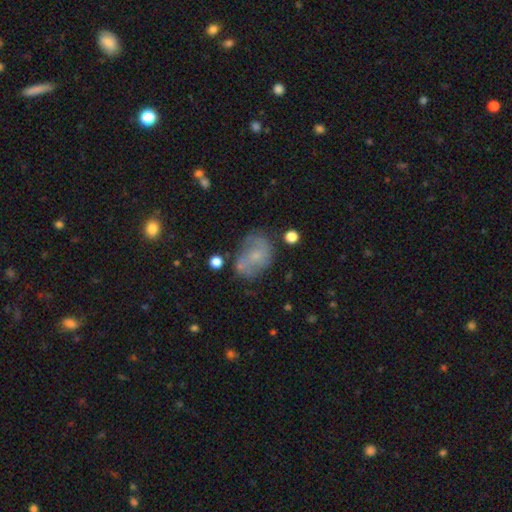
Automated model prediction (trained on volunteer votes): smooth-or-featured: featured or disk: 46% | smooth: 43% | star or artifact: 11%
  merging: none: 49% | minor disturbance: 26% | major disturbance: 16% | merger: 8%